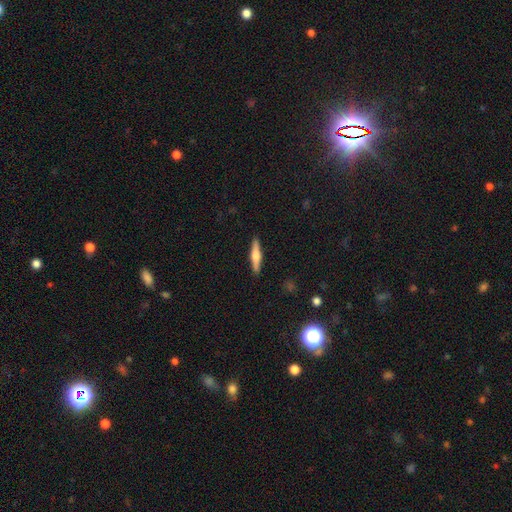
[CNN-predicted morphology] A featured or disk galaxy (54%) viewed edge-on (97%) with a rounded central bulge (88%). Merging: none (90%).